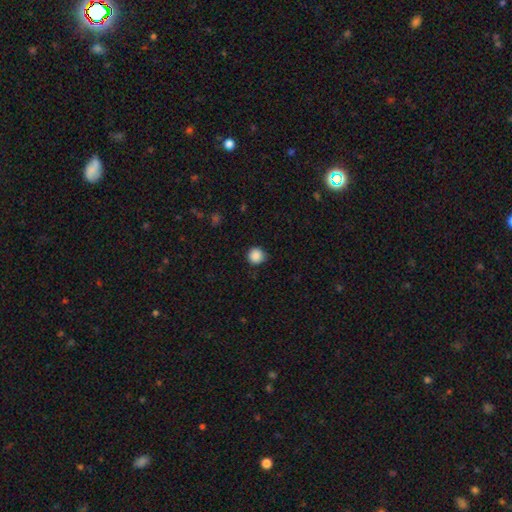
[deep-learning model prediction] A smooth galaxy with no disk features (88%) that is round (95%).

Vote fractions:
- Smooth or featured? smooth: 88% / star or artifact: 10% / featured or disk: 2%
- How rounded? round: 95% / in between: 4% / cigar-shaped: 1%
- Merging? none: 85% / minor disturbance: 11% / major disturbance: 2% / merger: 1%